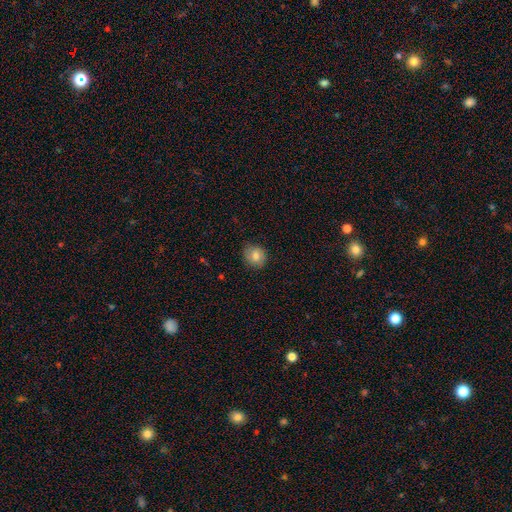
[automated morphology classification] Smooth or featured: smooth — 76% (featured or disk — 15%)
How rounded: round — 78% (in between — 21%)
Merging: none — 82% (minor disturbance — 14%)